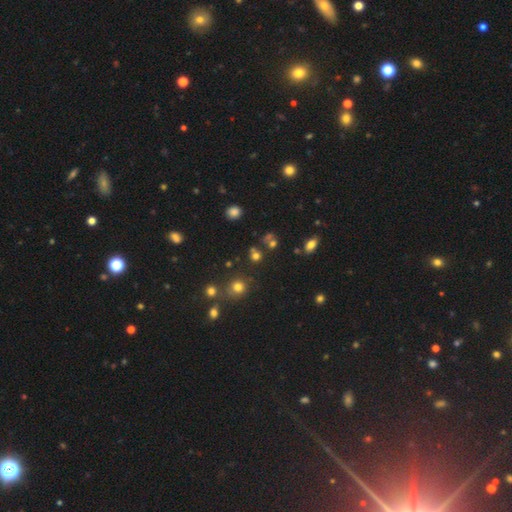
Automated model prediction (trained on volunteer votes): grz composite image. It shows a smooth galaxy with no disk features (66%) that is round (81%). Merging: none (65%).